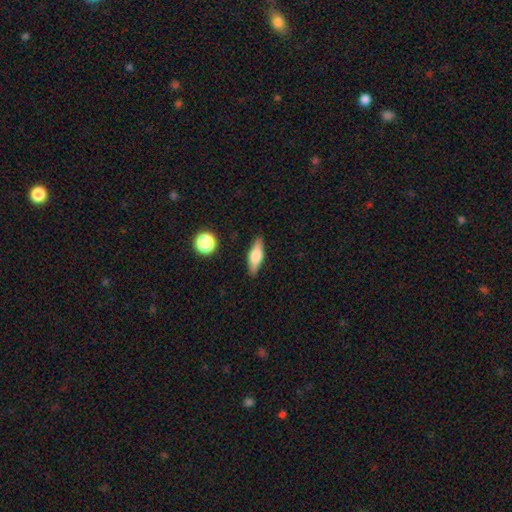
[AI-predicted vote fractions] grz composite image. It shows a smooth galaxy with no disk features (61%) that is in between round and cigar-shaped (57%). Merging: none (87%).